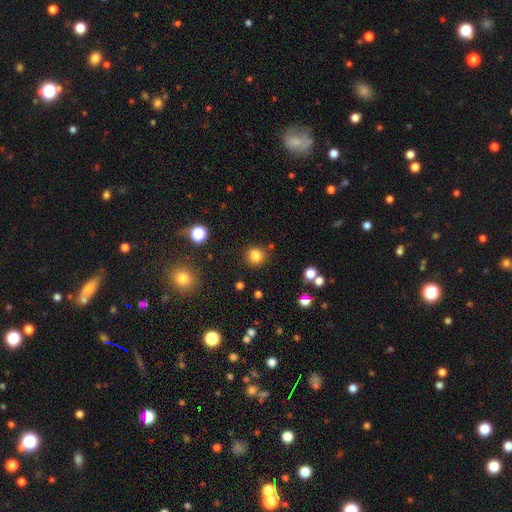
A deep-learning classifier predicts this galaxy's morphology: Smooth or featured? Predicted: smooth (p=0.82). How rounded? Predicted: round (p=0.82). Merging? Predicted: none (p=0.83).